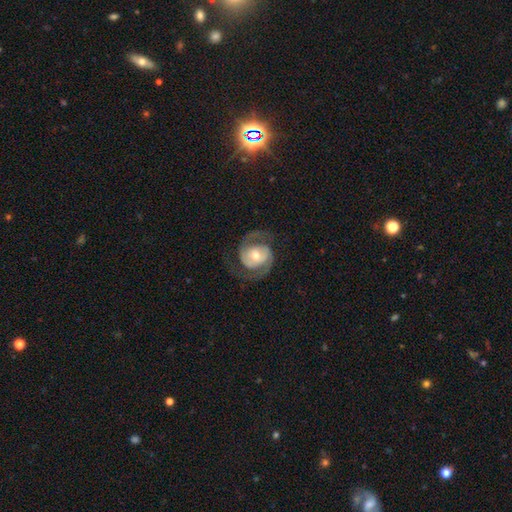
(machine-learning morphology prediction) smooth_or_featured: featured or disk (p=0.88) [alt: smooth p=0.08]
disk_edge_on: no (p=0.98) [alt: yes p=0.02]
bar: no (p=0.53) [alt: weak p=0.32]
has_spiral_arms: yes (p=0.96) [alt: no p=0.04]
spiral_winding: medium (p=0.54) [alt: tight p=0.29]
spiral_arm_count: 2 (p=0.93) [alt: can't tell p=0.02]
bulge_size: moderate (p=0.60) [alt: small p=0.31]
merging: none (p=0.77) [alt: minor disturbance p=0.12]